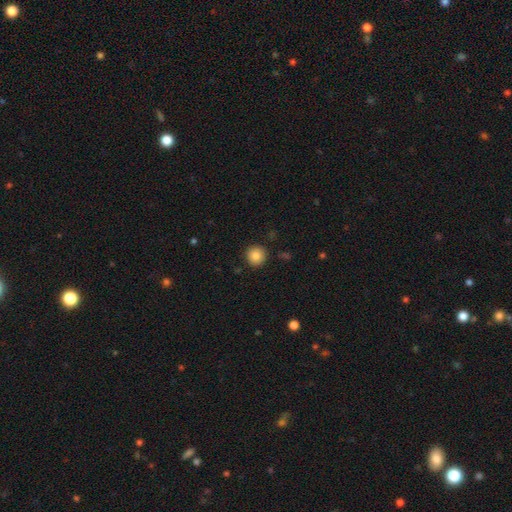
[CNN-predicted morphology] This appears to be a smooth galaxy with no disk features (86%) that is round (93%). Merging: none (90%).